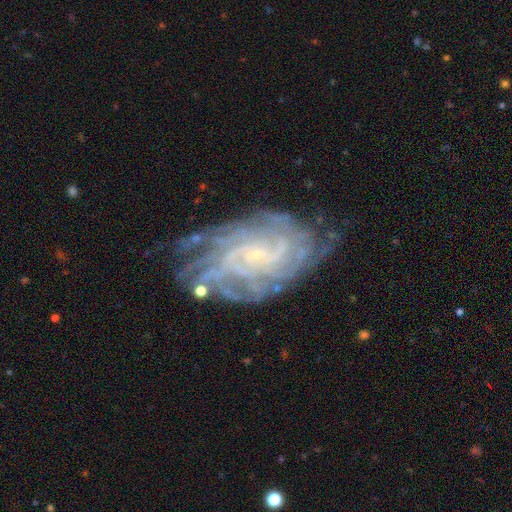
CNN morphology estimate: Smooth or featured?
  - featured or disk: 88% *
  - star or artifact: 7%
  - smooth: 6%
Edge-on disk?
  - no: 96% *
  - yes: 4%
Bar?
  - no: 57% *
  - weak: 33%
  - strong: 9%
Spiral arms?
  - yes: 97% *
  - no: 3%
Spiral winding?
  - tight: 71% *
  - medium: 24%
  - loose: 5%
Spiral arm count?
  - can't tell: 28% *
  - more than 4: 25%
  - 4: 22%
  - 3: 10%
  - 2: 8%
  - 1: 7%
Bulge size?
  - small: 85% *
  - moderate: 8%
  - none: 4%
  - large: 1%
  - dominant: 1%
Merging?
  - none: 70% *
  - minor disturbance: 19%
  - major disturbance: 9%
  - merger: 2%